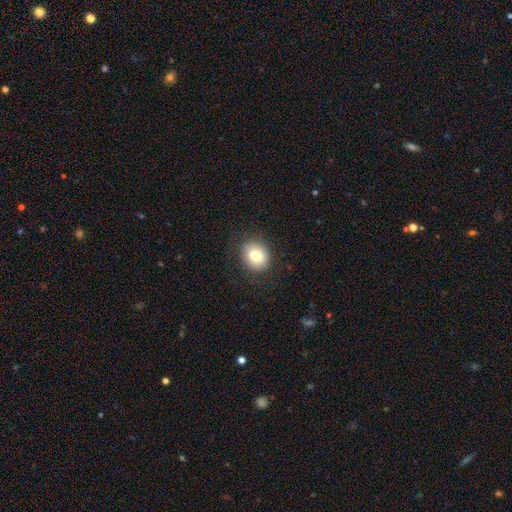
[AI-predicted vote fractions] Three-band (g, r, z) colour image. It shows a smooth galaxy with no disk features (80%) that is round (68%). Merging: none (84%).